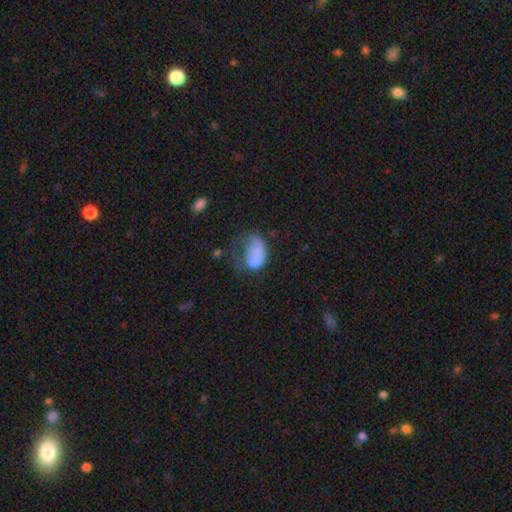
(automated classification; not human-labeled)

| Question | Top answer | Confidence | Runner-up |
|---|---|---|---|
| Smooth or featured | smooth | 66% | featured or disk (25%) |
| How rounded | in between | 87% | round (12%) |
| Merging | major disturbance | 57% | minor disturbance (20%) |